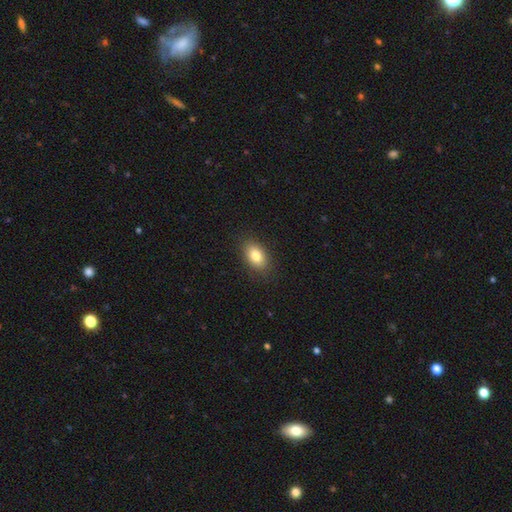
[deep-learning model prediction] This appears to be a smooth galaxy with no disk features (82%) that is in between round and cigar-shaped (88%). Merging: none (87%).